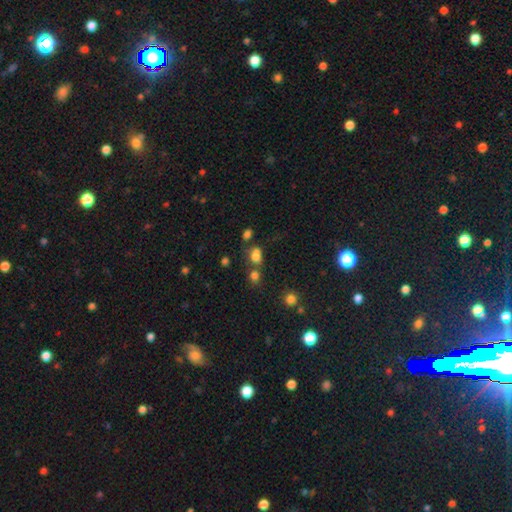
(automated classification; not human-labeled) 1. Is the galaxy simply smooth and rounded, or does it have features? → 73% smooth, 18% star or artifact, 9% featured or disk.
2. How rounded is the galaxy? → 70% in between, 27% round, 3% cigar-shaped.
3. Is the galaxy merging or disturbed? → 41% none, 35% merger, 15% minor disturbance, 9% major disturbance.